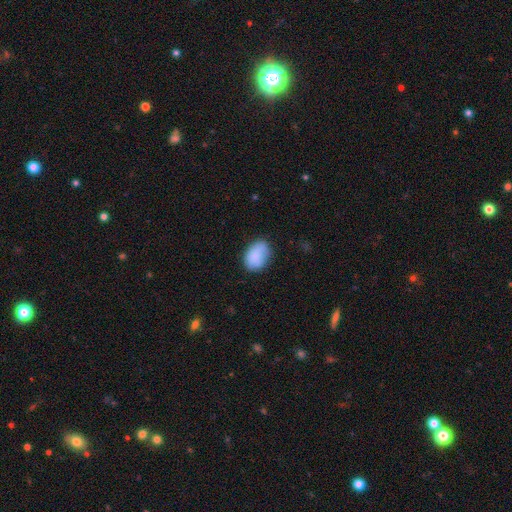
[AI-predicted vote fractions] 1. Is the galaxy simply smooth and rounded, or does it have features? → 86% smooth, 7% star or artifact, 7% featured or disk.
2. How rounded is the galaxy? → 80% in between, 19% round, 1% cigar-shaped.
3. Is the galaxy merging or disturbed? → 68% none, 24% minor disturbance, 6% major disturbance, 2% merger.